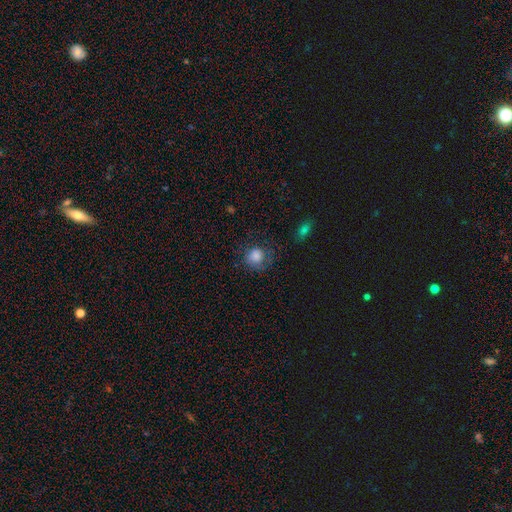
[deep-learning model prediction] smooth_or_featured: smooth (p=0.81) [alt: star or artifact p=0.10]
how_rounded: round (p=0.80) [alt: in between p=0.19]
merging: none (p=0.60) [alt: minor disturbance p=0.23]